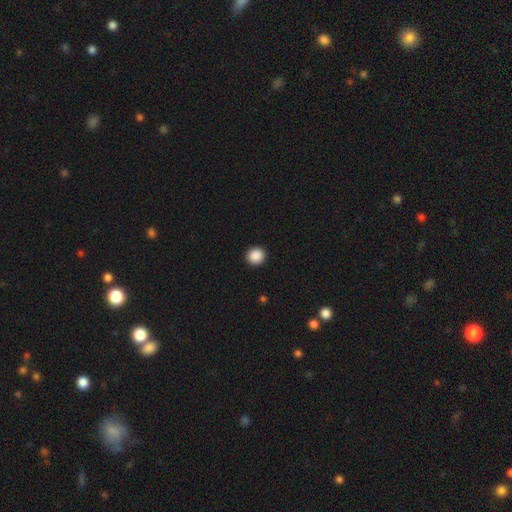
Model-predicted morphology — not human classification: A smooth galaxy with no disk features (89%) that is round (92%).

Vote fractions:
- Smooth or featured? smooth: 89% / star or artifact: 9% / featured or disk: 2%
- How rounded? round: 92% / in between: 7% / cigar-shaped: 1%
- Merging? none: 93% / minor disturbance: 5% / major disturbance: 2% / merger: 1%